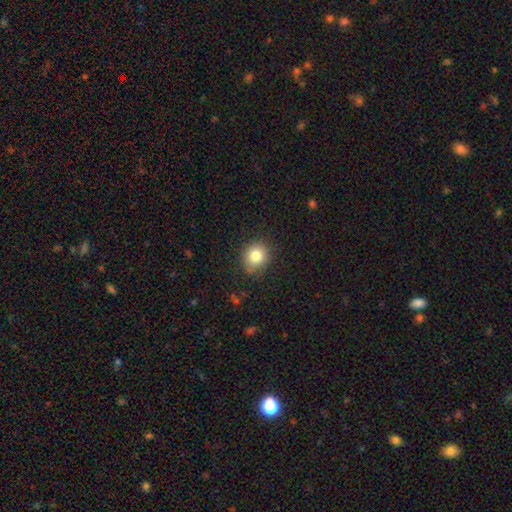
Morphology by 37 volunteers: This appears to be a smooth galaxy with no disk features (89%) that is round (88%). Merging: none (86%).